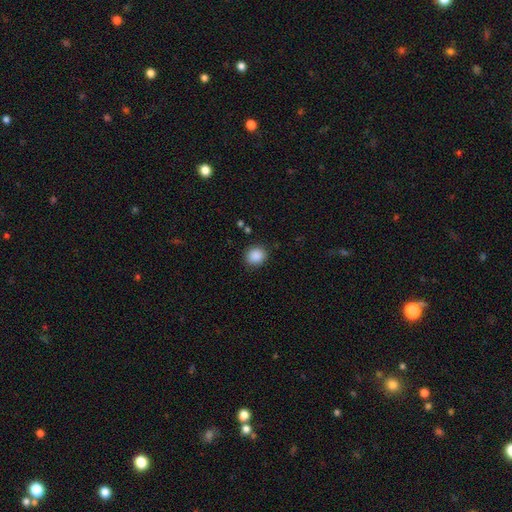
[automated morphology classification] The model was most divided on "how rounded": round: 81%, in between: 18%, cigar-shaped: 1%. More confident: merging — none (88%); smooth or featured — smooth (88%).